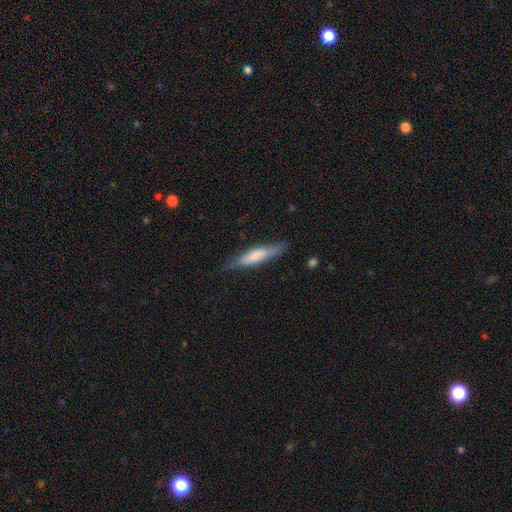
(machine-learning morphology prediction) Smooth or featured? Predicted: smooth (p=0.65). How rounded? Predicted: cigar-shaped (p=0.84). Merging? Predicted: none (p=0.77).